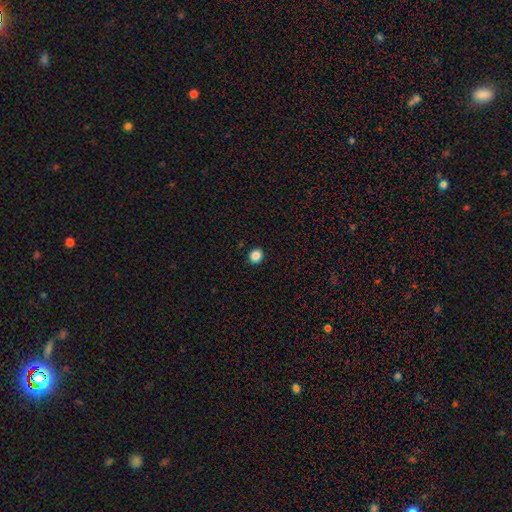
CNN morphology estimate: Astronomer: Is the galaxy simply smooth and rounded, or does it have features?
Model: smooth — 86%.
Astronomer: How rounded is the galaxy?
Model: round — 79%.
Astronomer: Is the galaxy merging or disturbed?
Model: none — 92%.